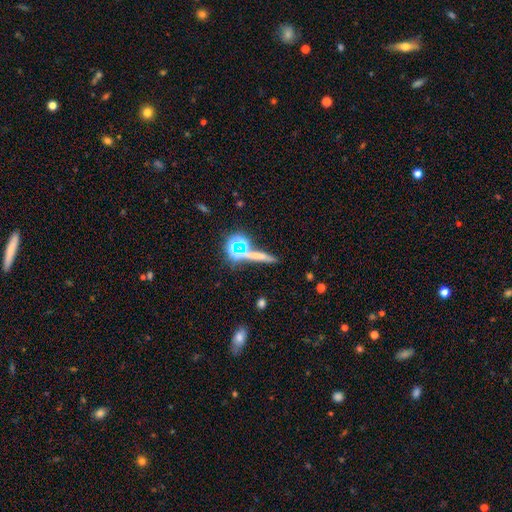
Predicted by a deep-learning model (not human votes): A smooth galaxy with no disk features (47%). Merging: none (68%).